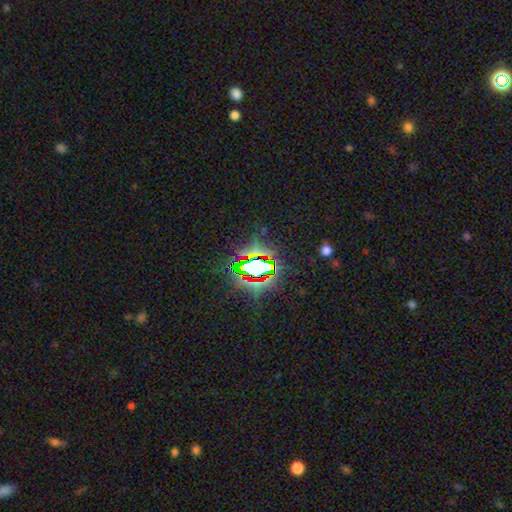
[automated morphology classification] A star or artifact, not a galaxy (81%).